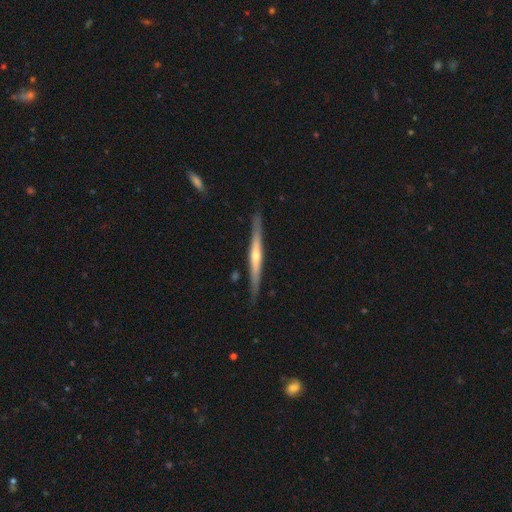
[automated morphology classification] type=featured or disk (72%); edge-on=yes (97%); edge-on bulge=rounded (75%); merging=none (87%).